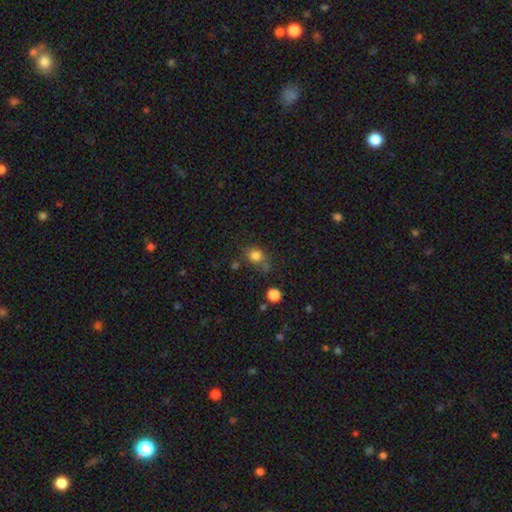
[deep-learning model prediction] smooth-or-featured: smooth: 80% | star or artifact: 13% | featured or disk: 7%
  how-rounded: round: 67% | in between: 31% | cigar-shaped: 1%
  merging: none: 57% | minor disturbance: 22% | merger: 11% | major disturbance: 10%